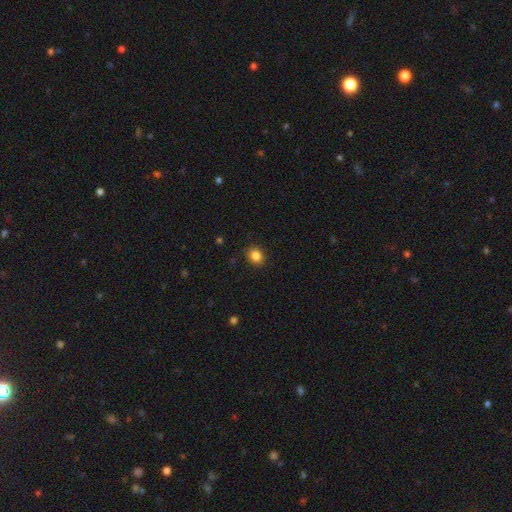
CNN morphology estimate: type=smooth (85%); roundness=round (67%); merging=none (89%).